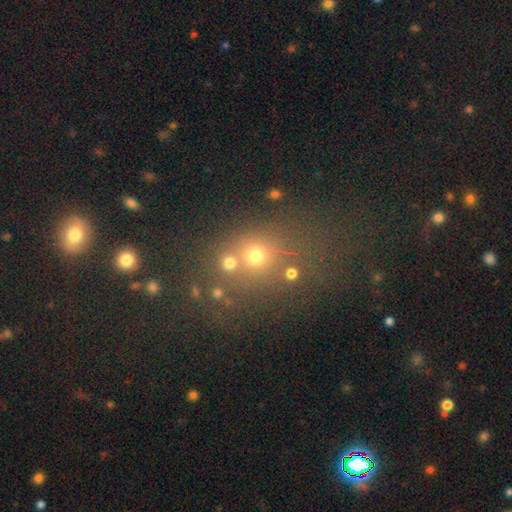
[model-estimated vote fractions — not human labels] Smooth or featured? Predicted: smooth (p=0.52). How rounded? Predicted: round (p=0.66). Merging? Predicted: none (p=0.61).